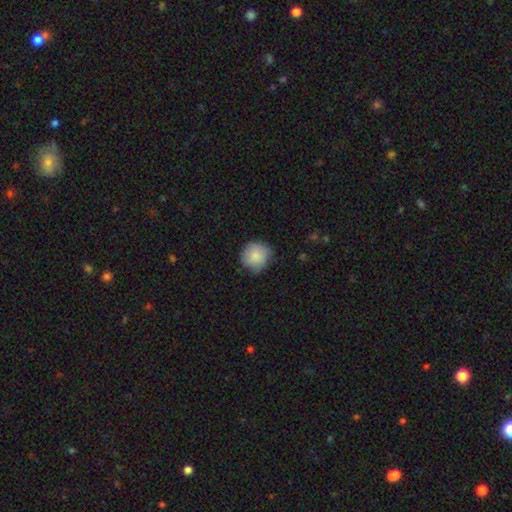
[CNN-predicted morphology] A smooth galaxy with no disk features (85%) that is round (89%). Merging: none (67%).